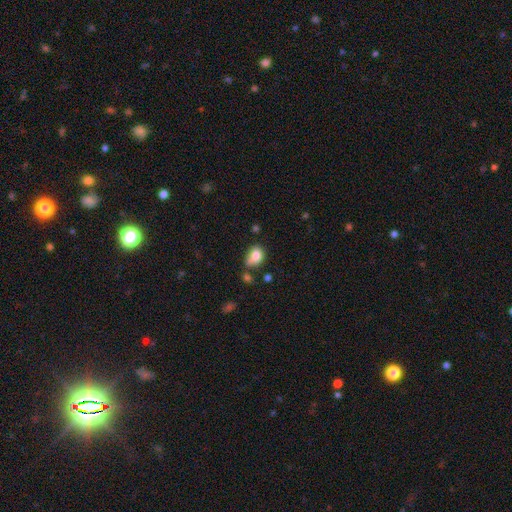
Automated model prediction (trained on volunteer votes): Q: Smooth or featured?
A: smooth (80%); runner-up: featured or disk (10%)
Q: How rounded?
A: in between (59%); runner-up: round (40%)
Q: Merging?
A: none (41%); runner-up: minor disturbance (31%)